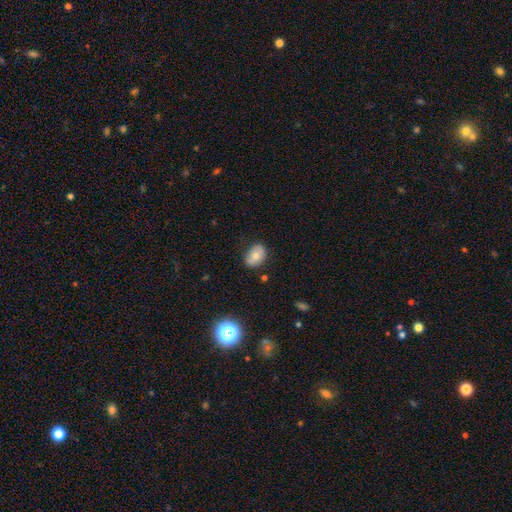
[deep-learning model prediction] smooth-or-featured: smooth: 67% | featured or disk: 23% | star or artifact: 10%
  how-rounded: in between: 78% | round: 21% | cigar-shaped: 1%
  merging: none: 75% | minor disturbance: 20% | major disturbance: 4% | merger: 2%